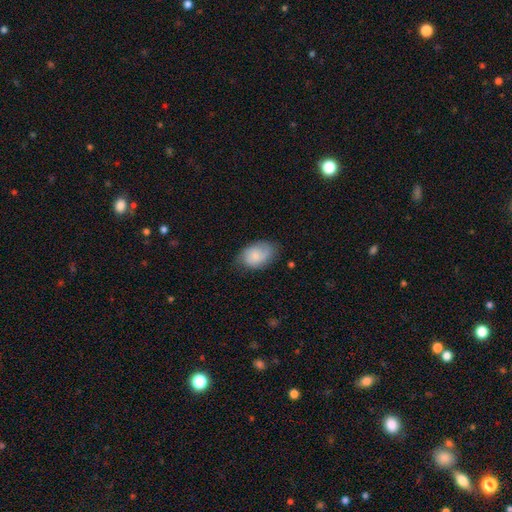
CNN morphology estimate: A smooth galaxy with no disk features (56%) that is in between round and cigar-shaped (84%). Merging: none (68%).